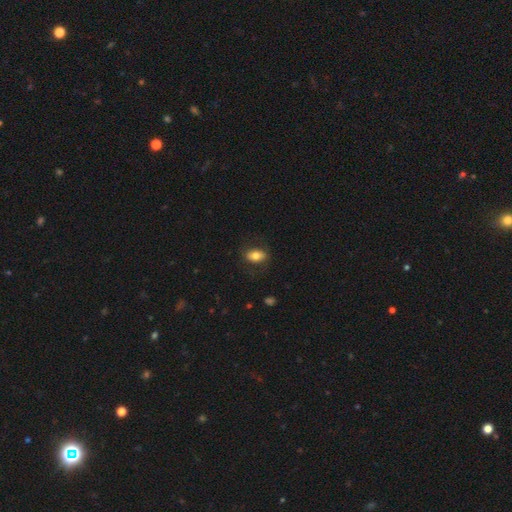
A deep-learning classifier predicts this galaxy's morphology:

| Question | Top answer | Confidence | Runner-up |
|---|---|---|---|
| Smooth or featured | smooth | 76% | featured or disk (16%) |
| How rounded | in between | 87% | round (10%) |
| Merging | none | 80% | minor disturbance (13%) |